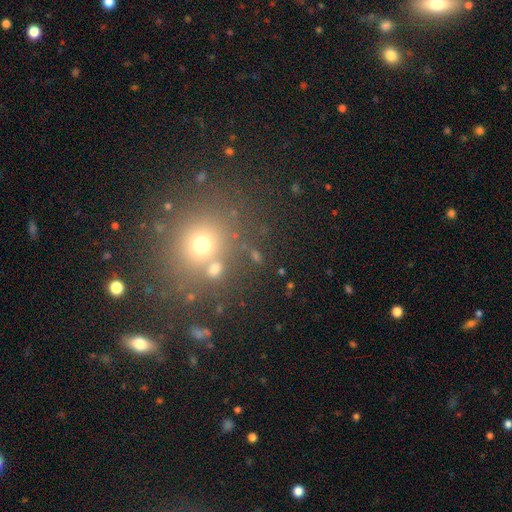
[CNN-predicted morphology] This appears to be a smooth galaxy with no disk features (57%) that is round (75%). Merging: none (70%).